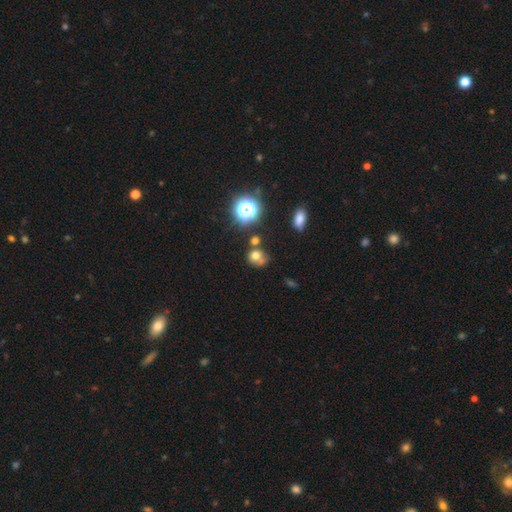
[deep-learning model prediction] Smooth or featured? Predicted: smooth (p=0.66). How rounded? Predicted: round (p=0.70). Merging? Predicted: none (p=0.45).